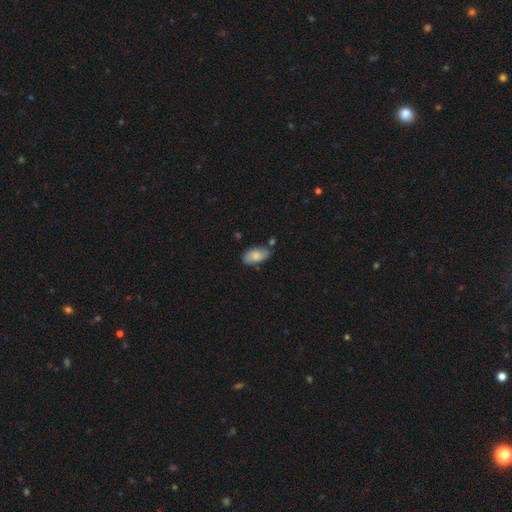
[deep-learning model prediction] smooth_or_featured: smooth (p=0.77) [alt: featured or disk p=0.16]
how_rounded: in between (p=0.94) [alt: round p=0.04]
merging: none (p=0.69) [alt: minor disturbance p=0.20]